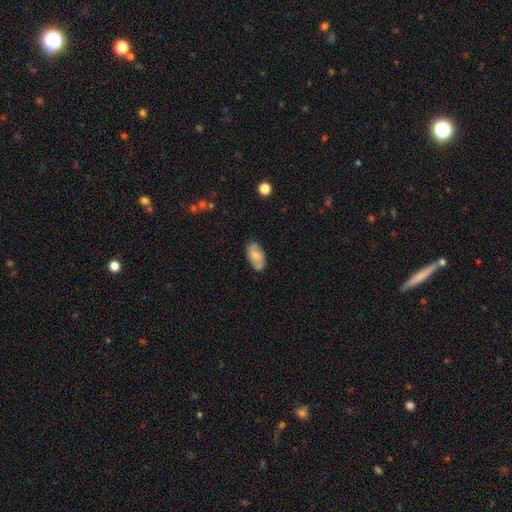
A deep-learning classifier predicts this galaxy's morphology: Smooth or featured: smooth — 67% (featured or disk — 26%)
How rounded: in between — 93% (round — 4%)
Merging: none — 73% (minor disturbance — 21%)